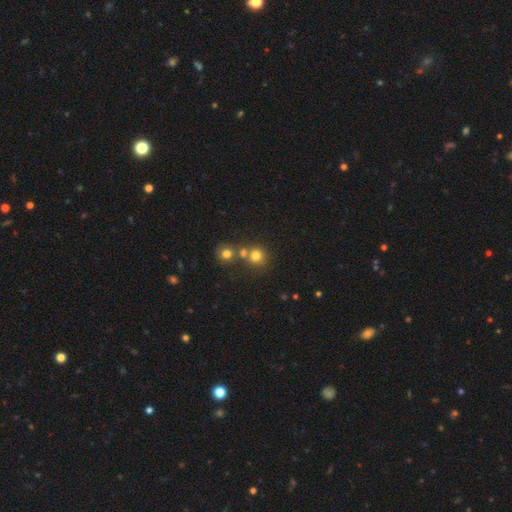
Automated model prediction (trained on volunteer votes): smooth_or_featured: smooth (p=0.76) [alt: star or artifact p=0.15]
how_rounded: round (p=0.89) [alt: in between p=0.10]
merging: none (p=0.56) [alt: merger p=0.34]